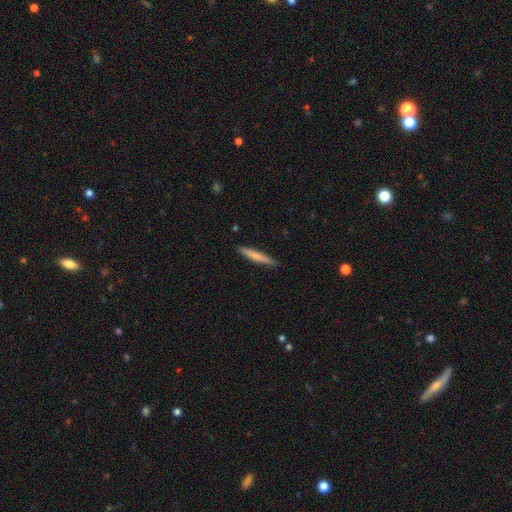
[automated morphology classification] A smooth galaxy with no disk features (72%) that is cigar-shaped (94%).

Vote fractions:
- Smooth or featured? smooth: 72% / featured or disk: 23% / star or artifact: 5%
- How rounded? cigar-shaped: 94% / in between: 4% / round: 1%
- Merging? none: 90% / minor disturbance: 8% / major disturbance: 1% / merger: 1%